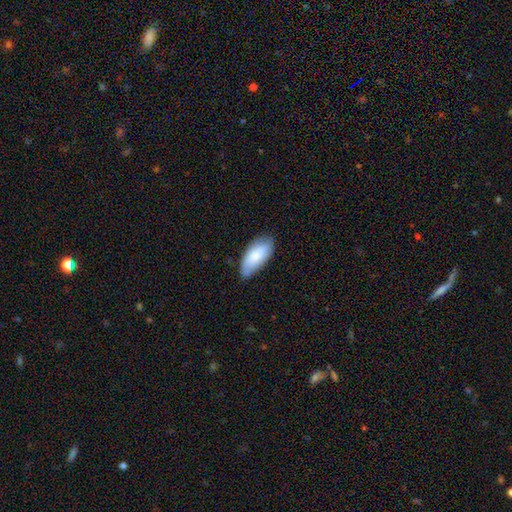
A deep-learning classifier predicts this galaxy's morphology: Smooth or featured?
  - smooth: 80% *
  - featured or disk: 15%
  - star or artifact: 6%
How rounded?
  - in between: 88% *
  - cigar-shaped: 10%
  - round: 2%
Merging?
  - none: 70% *
  - minor disturbance: 25%
  - major disturbance: 4%
  - merger: 1%